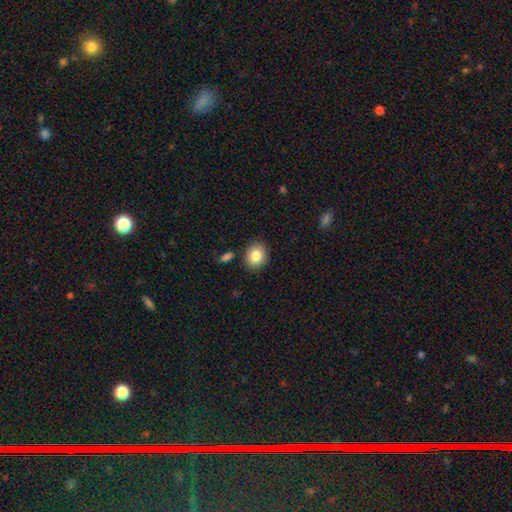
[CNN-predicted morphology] Smooth or featured: smooth — 84% (star or artifact — 9%)
How rounded: round — 68% (in between — 31%)
Merging: none — 86% (minor disturbance — 8%)